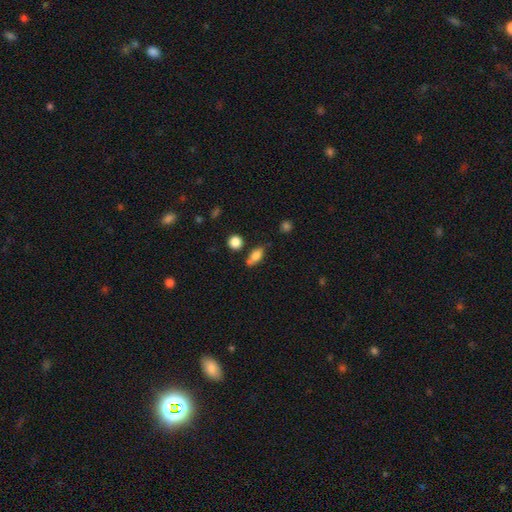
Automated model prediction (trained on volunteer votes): smooth-or-featured: smooth: 74% | featured or disk: 17% | star or artifact: 9%
  how-rounded: in between: 74% | cigar-shaped: 18% | round: 8%
  merging: none: 67% | minor disturbance: 21% | merger: 8% | major disturbance: 5%